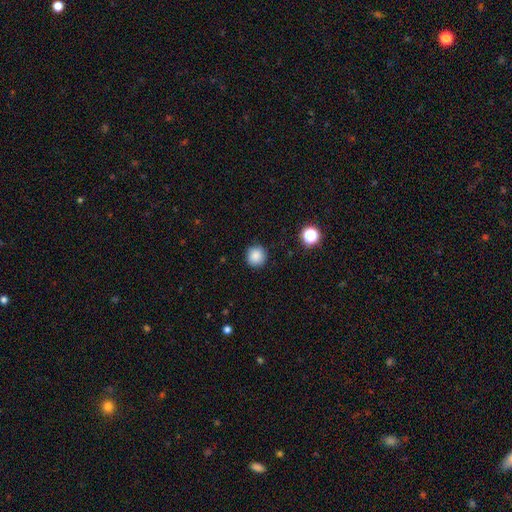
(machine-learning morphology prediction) Smooth or featured: smooth — 86% (star or artifact — 11%)
How rounded: round — 94% (in between — 5%)
Merging: none — 89% (minor disturbance — 7%)